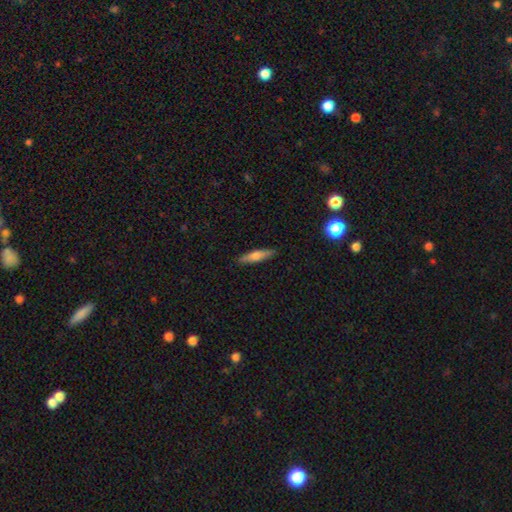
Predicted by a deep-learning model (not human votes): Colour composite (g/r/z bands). It shows a smooth galaxy with no disk features (60%) that is cigar-shaped (83%). Merging: none (89%).